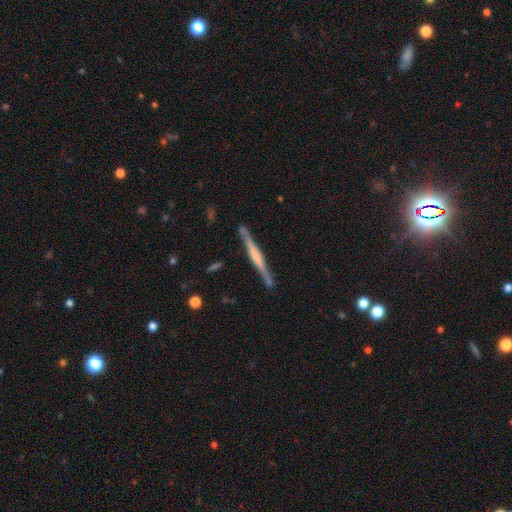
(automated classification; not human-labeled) A featured or disk galaxy (69%) viewed edge-on (97%) with a boxy central bulge (37%).

Vote fractions:
- Smooth or featured? featured or disk: 69% / smooth: 26% / star or artifact: 5%
- Edge-on disk? yes: 97% / no: 3%
- Edge-on bulge? boxy: 37% / rounded: 32% / none: 31%
- Merging? none: 85% / minor disturbance: 11% / merger: 2% / major disturbance: 2%